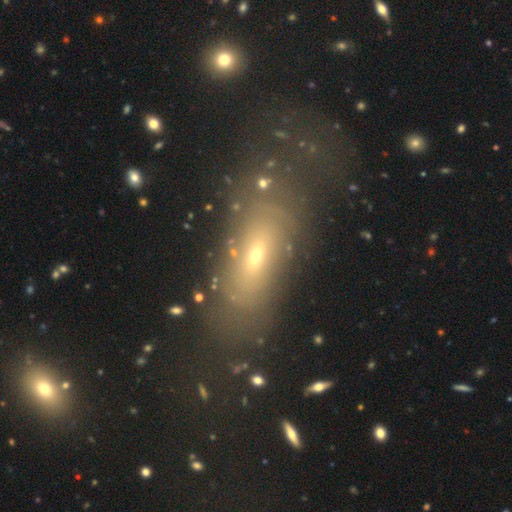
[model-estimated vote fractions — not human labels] Q: Smooth or featured?
A: smooth (49%); runner-up: featured or disk (35%)
Q: Merging?
A: none (68%); runner-up: minor disturbance (16%)